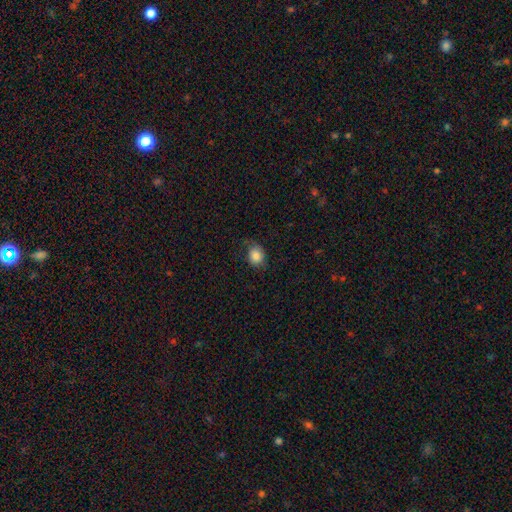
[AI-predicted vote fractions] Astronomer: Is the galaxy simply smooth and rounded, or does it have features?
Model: smooth — 83%.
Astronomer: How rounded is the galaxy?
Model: round — 56% (runner-up: in between, 43%).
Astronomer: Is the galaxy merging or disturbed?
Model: none — 64%.